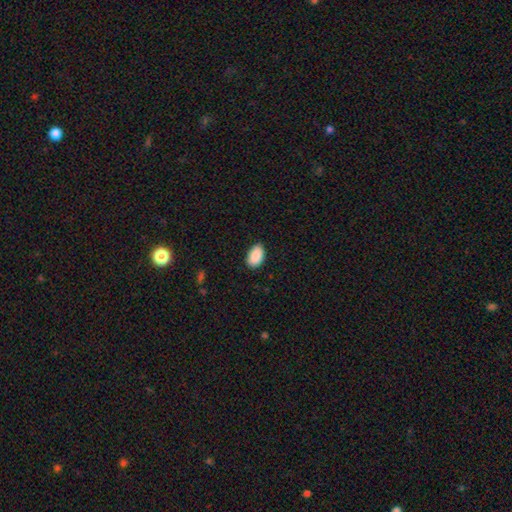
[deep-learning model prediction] Smooth or featured? smooth (91%)
How rounded? in between (93%)
Merging? none (86%)